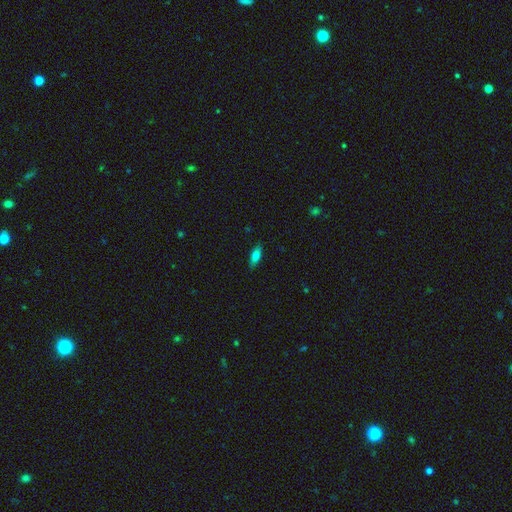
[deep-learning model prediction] Smooth or featured? smooth (72%)
How rounded? in between (65%)
Merging? none (86%)